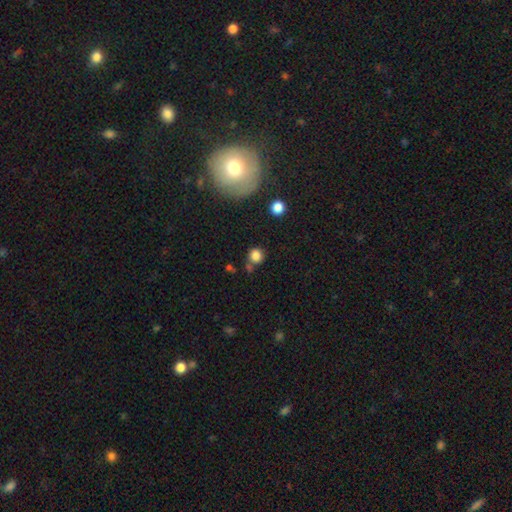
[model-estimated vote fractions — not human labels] A smooth galaxy with no disk features (82%) that is round (85%).

Vote fractions:
- Smooth or featured? smooth: 82% / star or artifact: 12% / featured or disk: 6%
- How rounded? round: 85% / in between: 14% / cigar-shaped: 1%
- Merging? none: 63% / minor disturbance: 17% / merger: 14% / major disturbance: 7%